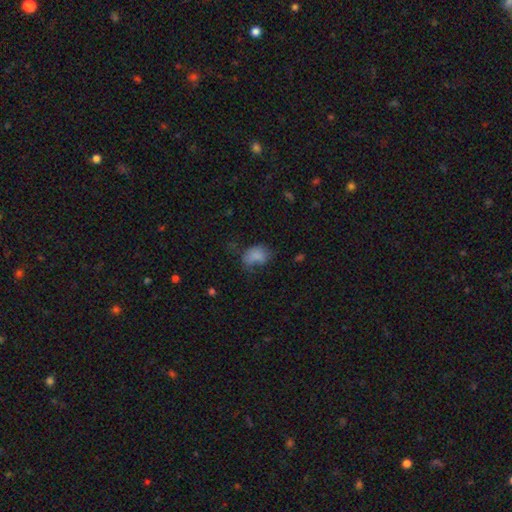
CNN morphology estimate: Smooth or featured: smooth — 76% (star or artifact — 12%)
How rounded: in between — 73% (round — 26%)
Merging: none — 38% (minor disturbance — 33%)